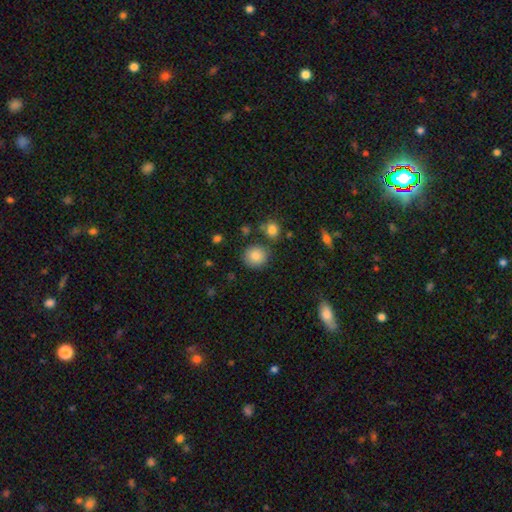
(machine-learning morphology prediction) The model was most divided on "merging": none: 83%, minor disturbance: 9%, merger: 6%, major disturbance: 3%. More confident: how rounded — round (89%); smooth or featured — smooth (85%).